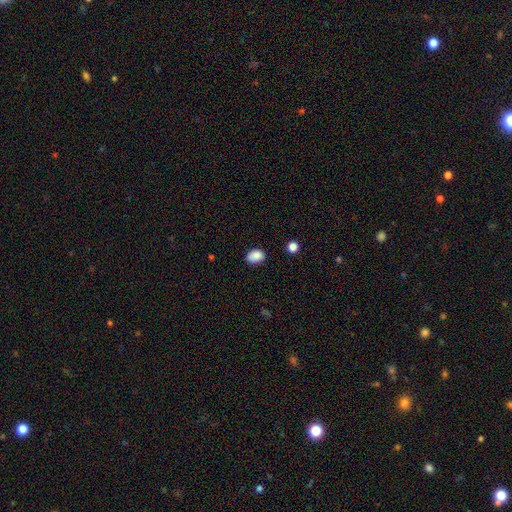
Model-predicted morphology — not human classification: A smooth galaxy with no disk features (88%) that is in between round and cigar-shaped (80%).

Vote fractions:
- Smooth or featured? smooth: 88% / star or artifact: 8% / featured or disk: 4%
- How rounded? in between: 80% / round: 19% / cigar-shaped: 1%
- Merging? none: 81% / minor disturbance: 15% / major disturbance: 3% / merger: 2%